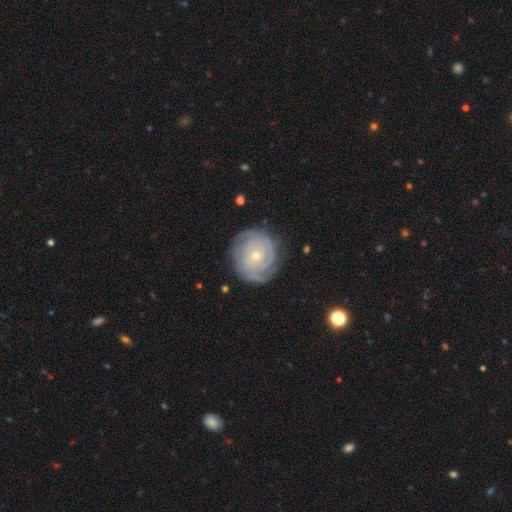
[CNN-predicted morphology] Smooth or featured?
  - featured or disk: 83% *
  - smooth: 12%
  - star or artifact: 5%
Edge-on disk?
  - no: 98% *
  - yes: 2%
Bar?
  - no: 79% *
  - weak: 17%
  - strong: 4%
Spiral arms?
  - yes: 94% *
  - no: 6%
Spiral winding?
  - tight: 81% *
  - medium: 15%
  - loose: 4%
Spiral arm count?
  - can't tell: 32% *
  - 2: 26%
  - 3: 20%
  - 4: 10%
  - 1: 6%
  - more than 4: 6%
Bulge size?
  - small: 64% *
  - moderate: 34%
  - large: 1%
  - none: 1%
  - dominant: 1%
Merging?
  - none: 81% *
  - minor disturbance: 14%
  - major disturbance: 4%
  - merger: 1%